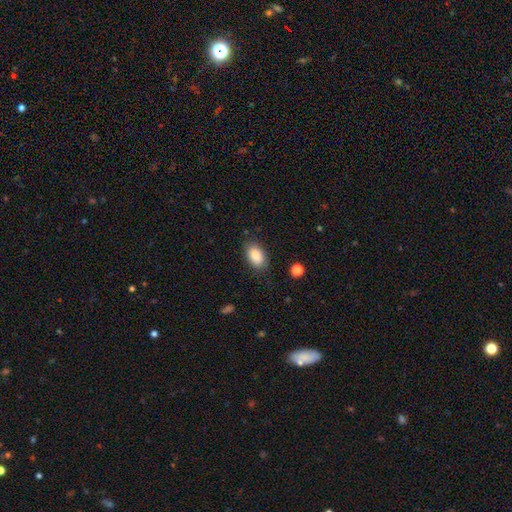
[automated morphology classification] Smooth or featured? smooth (87%)
How rounded? in between (92%)
Merging? none (81%)